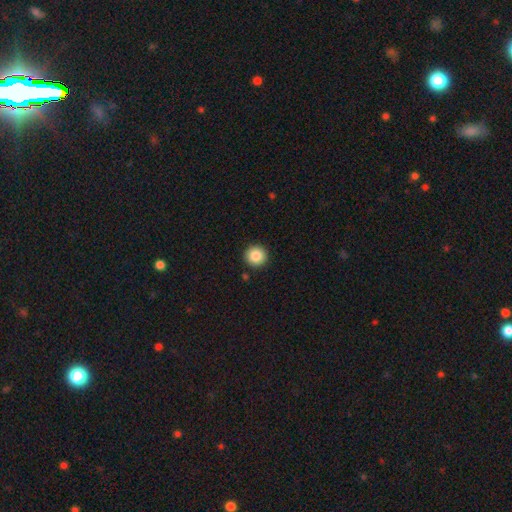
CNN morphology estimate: The model was most divided on "smooth or featured": smooth: 86%, star or artifact: 9%, featured or disk: 5%. More confident: how rounded — round (96%); merging — none (92%).